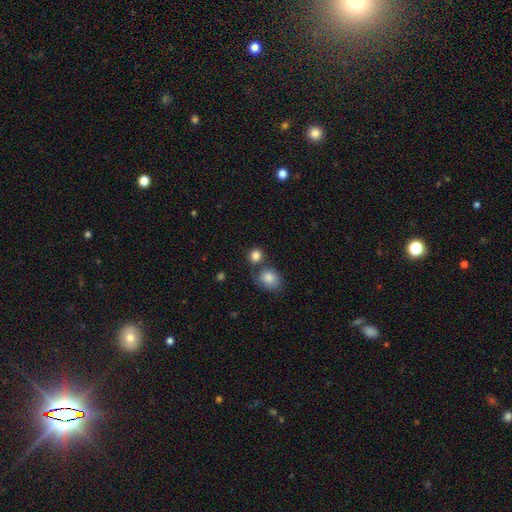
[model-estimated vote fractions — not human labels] smooth-or-featured: smooth: 85% | star or artifact: 10% | featured or disk: 6%
  how-rounded: round: 80% | in between: 19% | cigar-shaped: 1%
  merging: none: 59% | merger: 28% | minor disturbance: 10% | major disturbance: 4%